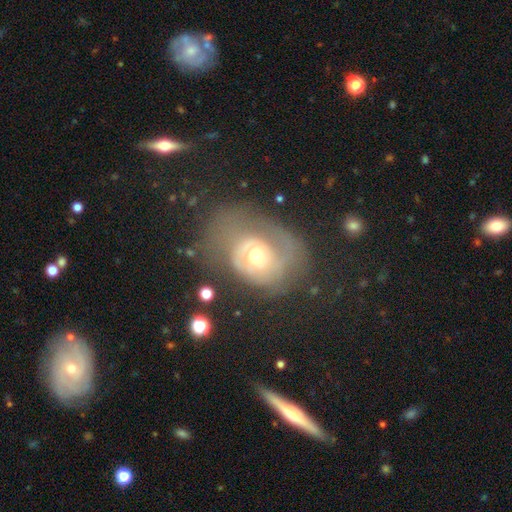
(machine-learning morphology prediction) A featured or disk galaxy (69%) with no bar (76%), 2 (36%) tight (51%) spiral arms (77%) and a moderate central bulge (57%).

Vote fractions:
- Smooth or featured? featured or disk: 69% / smooth: 22% / star or artifact: 9%
- Edge-on disk? no: 96% / yes: 4%
- Bar? no: 76% / weak: 20% / strong: 4%
- Spiral arms? yes: 77% / no: 23%
- Spiral winding? tight: 51% / medium: 34% / loose: 15%
- Spiral arm count? 2: 36% / 1: 31% / can't tell: 26% / 3: 4% / 4: 2% / more than 4: 2%
- Bulge size? moderate: 57% / small: 35% / large: 6% / dominant: 1% / none: 1%
- Merging? none: 42% / major disturbance: 32% / minor disturbance: 23% / merger: 3%